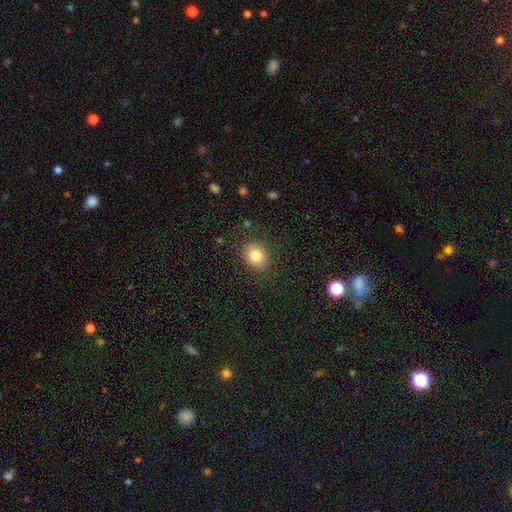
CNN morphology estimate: type=smooth (82%); roundness=round (61%); merging=none (86%).